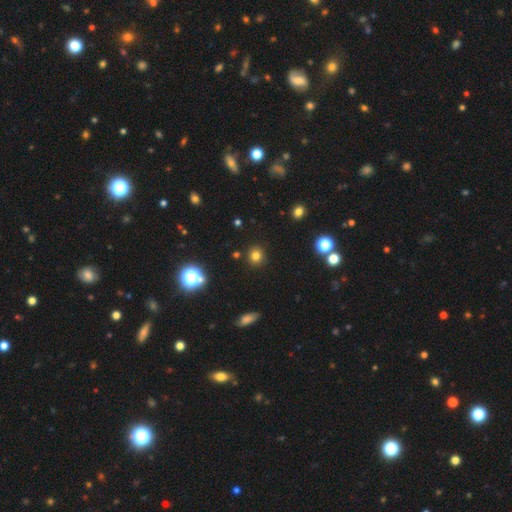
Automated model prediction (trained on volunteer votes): smooth-or-featured: smooth: 76% | star or artifact: 18% | featured or disk: 6%
  how-rounded: round: 92% | in between: 7% | cigar-shaped: 1%
  merging: none: 90% | minor disturbance: 6% | major disturbance: 2% | merger: 2%